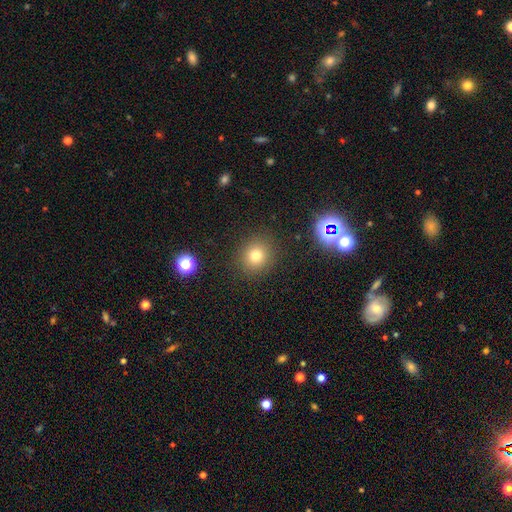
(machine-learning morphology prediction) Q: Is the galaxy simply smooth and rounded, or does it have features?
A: smooth — 75%.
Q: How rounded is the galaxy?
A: round — 86%.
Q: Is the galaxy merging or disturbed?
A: none — 88%.